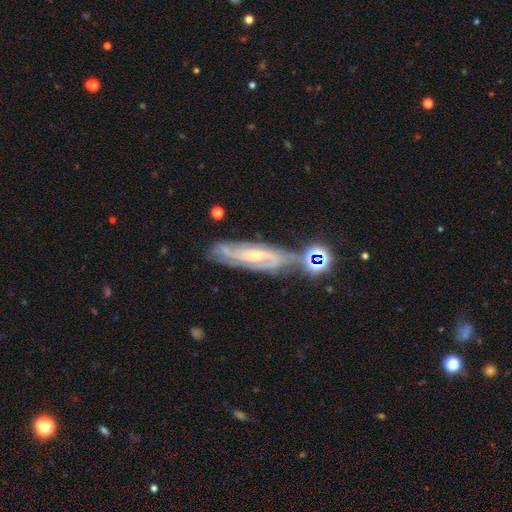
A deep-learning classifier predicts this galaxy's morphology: Smooth or featured? featured or disk (81%)
Edge-on disk? no (81%)
Bar? no (44%)
Spiral arms? yes (95%)
Spiral winding? tight (48%)
Spiral arm count? 2 (43%)
Bulge size? small (62%)
Merging? none (66%)